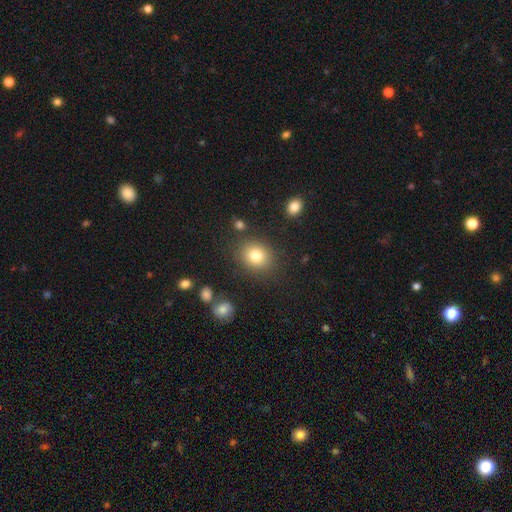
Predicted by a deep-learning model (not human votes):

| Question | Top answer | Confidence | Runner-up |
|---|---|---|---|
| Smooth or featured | smooth | 80% | star or artifact (11%) |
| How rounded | round | 65% | in between (34%) |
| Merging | none | 84% | minor disturbance (9%) |